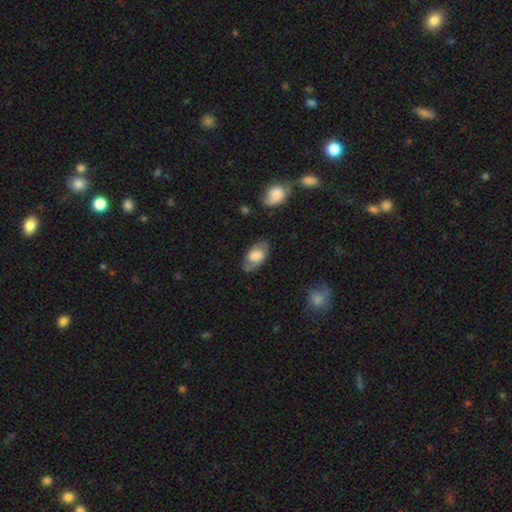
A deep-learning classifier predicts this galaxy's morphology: Smooth or featured? smooth (58%)
How rounded? in between (93%)
Merging? none (74%)